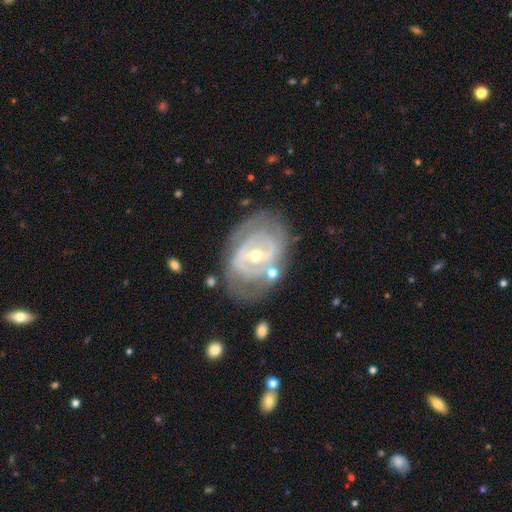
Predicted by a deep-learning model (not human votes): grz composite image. It shows a featured or disk galaxy (85%) with a weak bar (40%), 2 (47%) tight (59%) spiral arms (80%) and a small central bulge (57%). Merging: none (67%).